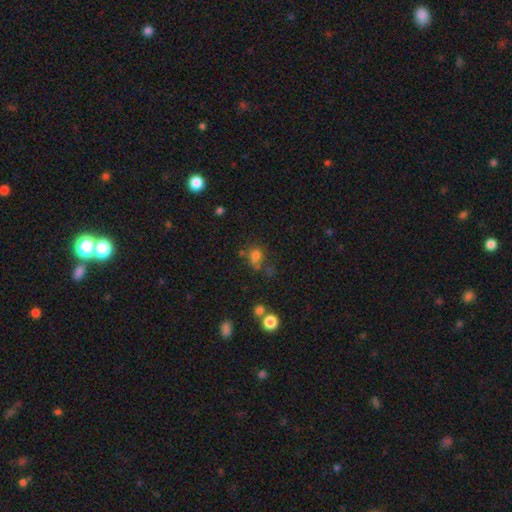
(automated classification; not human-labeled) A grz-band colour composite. It shows a smooth galaxy with no disk features (71%) that is round (66%). Merging: none (43%).